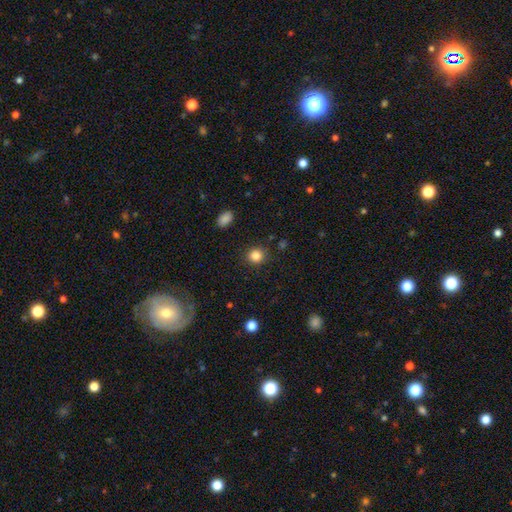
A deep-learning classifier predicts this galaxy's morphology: The model was most divided on "smooth or featured": smooth: 85%, star or artifact: 11%, featured or disk: 4%. More confident: merging — none (89%); how rounded — round (87%).